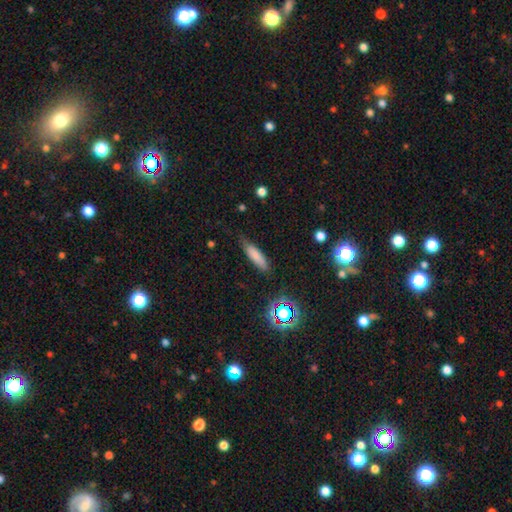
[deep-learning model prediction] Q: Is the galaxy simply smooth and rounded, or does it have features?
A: smooth — 78%.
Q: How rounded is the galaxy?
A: cigar-shaped — 64%.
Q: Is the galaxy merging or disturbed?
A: none — 74%.